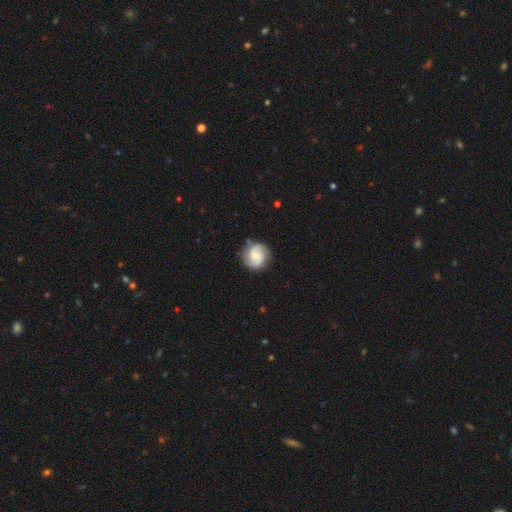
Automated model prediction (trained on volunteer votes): This is likely a featured or disk galaxy (62%). It is clearly not viewed edge-on (98%). Bar: possibly weak (45%). Spiral arm pattern: clearly yes (93%). Spiral arm count: clearly 2 (83%). Spiral winding: marginally medium (44%). Central bulge: marginally small (44%). Merging: clearly none (81%).